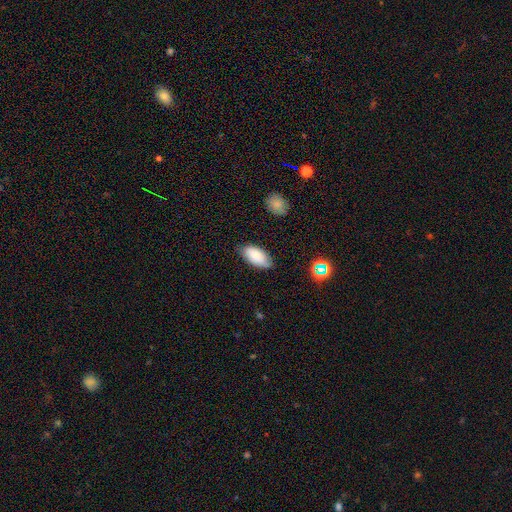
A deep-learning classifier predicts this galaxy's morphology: Smooth or featured? Predicted: smooth (p=0.80). How rounded? Predicted: in between (p=0.94). Merging? Predicted: none (p=0.73).